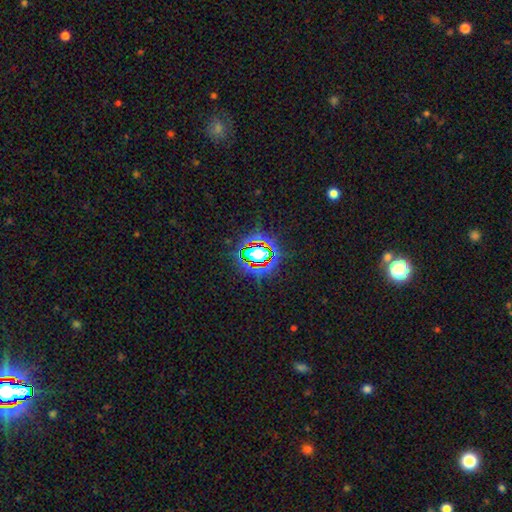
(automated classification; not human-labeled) Smooth or featured?
  - star or artifact: 71% *
  - smooth: 17%
  - featured or disk: 12%